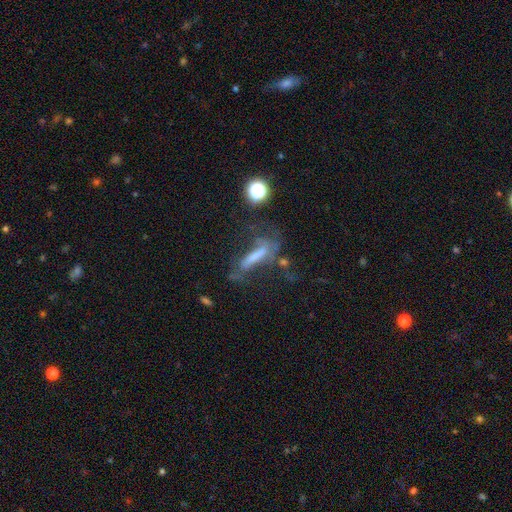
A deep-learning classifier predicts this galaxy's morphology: featured or disk 49%, smooth 31%, star or artifact 20%. Down the decision tree: merging — none (38%).